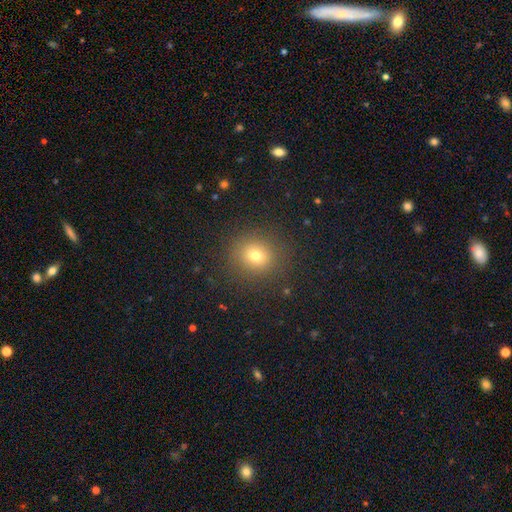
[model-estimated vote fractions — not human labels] A smooth galaxy with no disk features (72%) that is round (85%). Merging: none (89%).